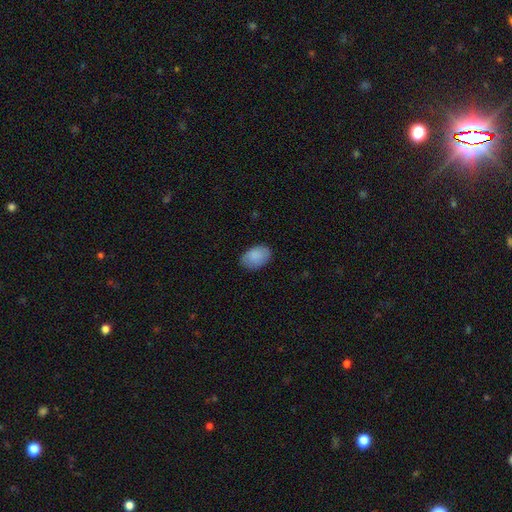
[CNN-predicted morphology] Q: Smooth or featured?
A: smooth (87%); runner-up: featured or disk (7%)
Q: How rounded?
A: in between (87%); runner-up: round (12%)
Q: Merging?
A: none (83%); runner-up: minor disturbance (13%)